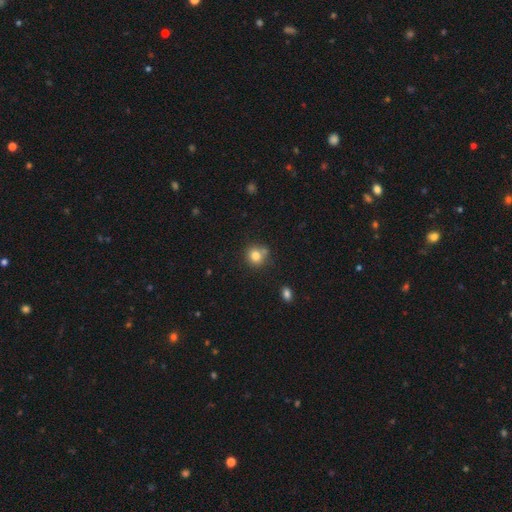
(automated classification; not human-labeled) The model was most divided on "merging": none: 65%, merger: 16%, minor disturbance: 14%, major disturbance: 4%. More confident: how rounded — round (85%); smooth or featured — smooth (80%).